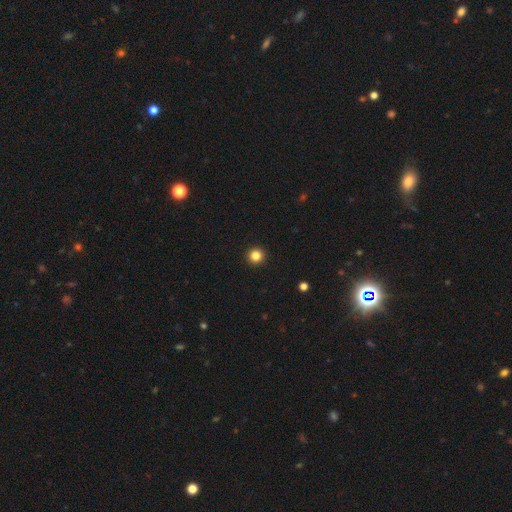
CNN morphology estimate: Smooth or featured? smooth (84%)
How rounded? round (96%)
Merging? none (94%)